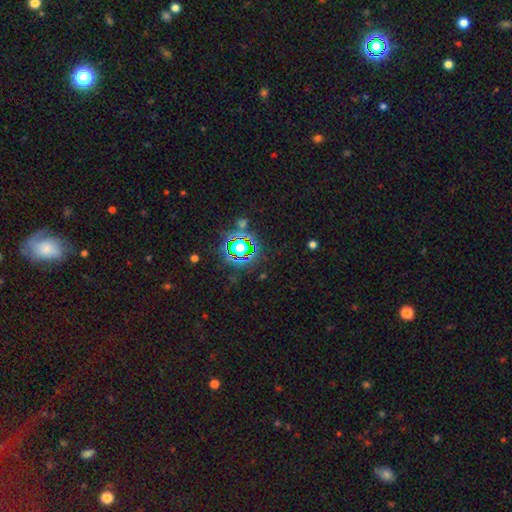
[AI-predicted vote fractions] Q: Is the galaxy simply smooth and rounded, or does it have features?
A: star or artifact — 81%.